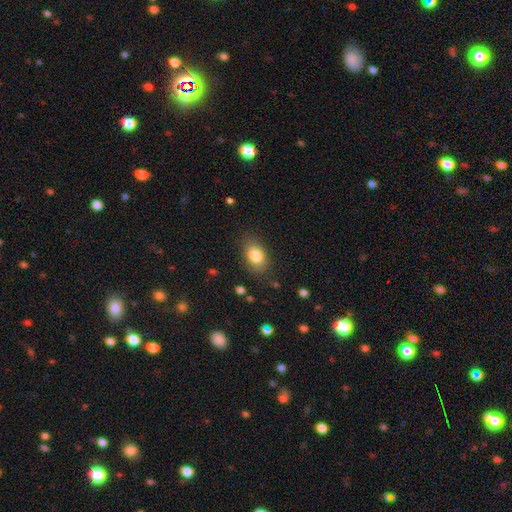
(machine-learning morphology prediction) Overall: smooth (83%). How rounded: in between (80%). Merging: none (82%).